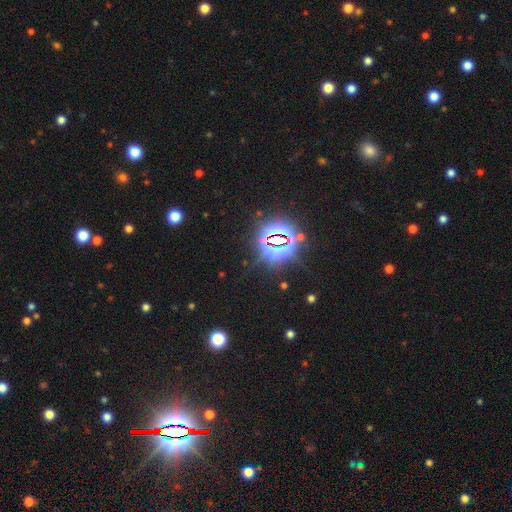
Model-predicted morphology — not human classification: The model was most divided on "smooth or featured": star or artifact: 83%, smooth: 10%, featured or disk: 7%.